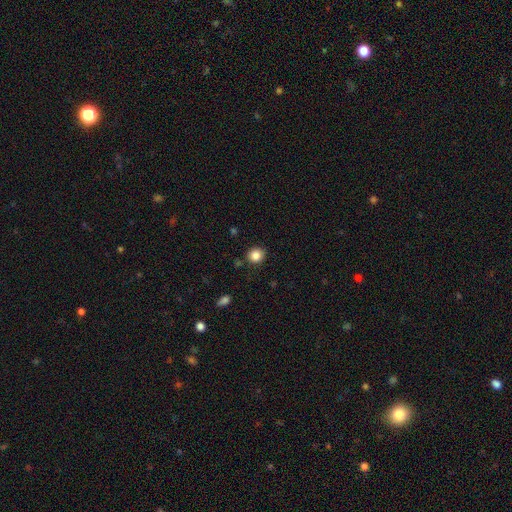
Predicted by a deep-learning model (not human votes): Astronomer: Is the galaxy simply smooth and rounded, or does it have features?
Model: smooth — 85%.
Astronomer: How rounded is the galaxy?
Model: round — 85%.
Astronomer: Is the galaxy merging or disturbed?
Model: none — 86%.